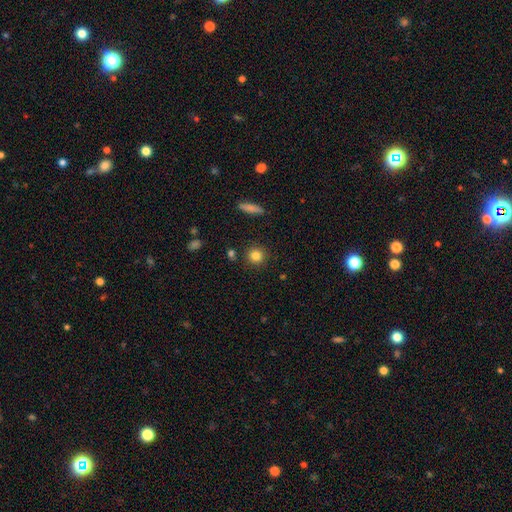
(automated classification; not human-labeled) Morphology: type=smooth (83%); roundness=round (91%); merging=none (87%).